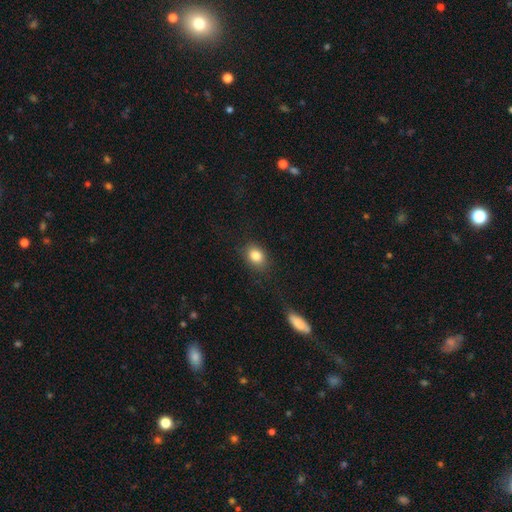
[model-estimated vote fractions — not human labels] The model was most divided on "how rounded": in between: 65%, round: 34%, cigar-shaped: 1%. More confident: smooth or featured — smooth (84%); merging — none (83%).